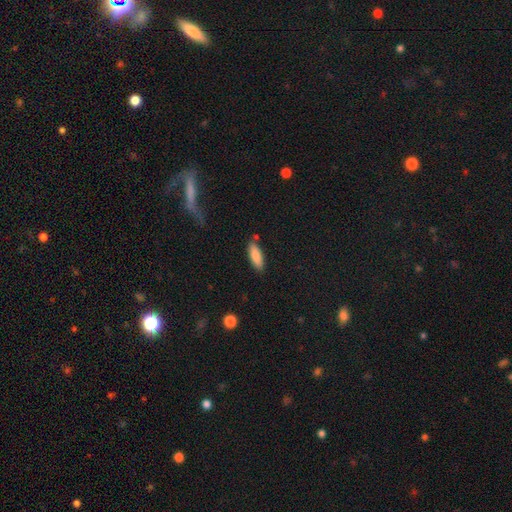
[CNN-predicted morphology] A smooth galaxy with no disk features (85%) that is in between round and cigar-shaped (59%). Merging: none (81%).